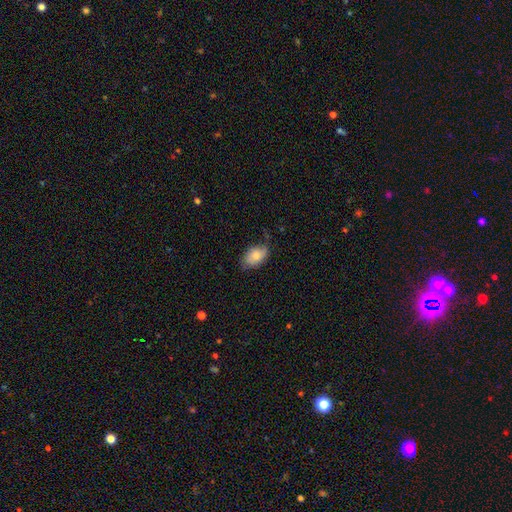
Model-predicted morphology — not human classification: Smooth or featured? smooth (77%)
How rounded? in between (91%)
Merging? none (63%)